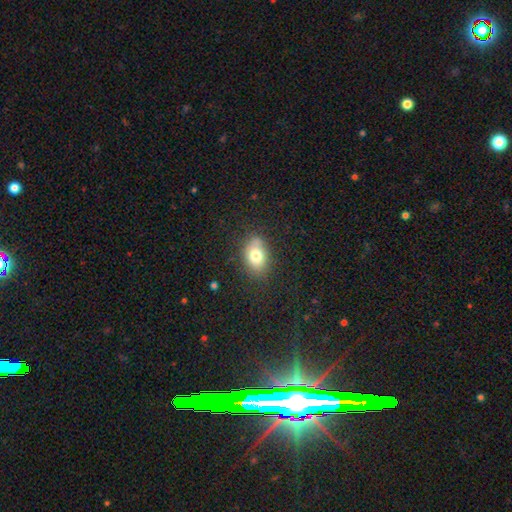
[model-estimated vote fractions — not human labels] This appears to be a smooth galaxy with no disk features (76%) that is in between round and cigar-shaped (74%). Merging: none (72%).